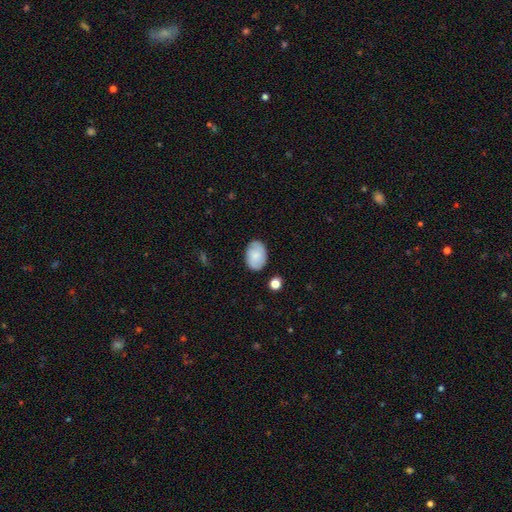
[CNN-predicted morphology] smooth 82%, featured or disk 11%, star or artifact 7%. Down the decision tree: how rounded — in between (85%); merging — none (83%).